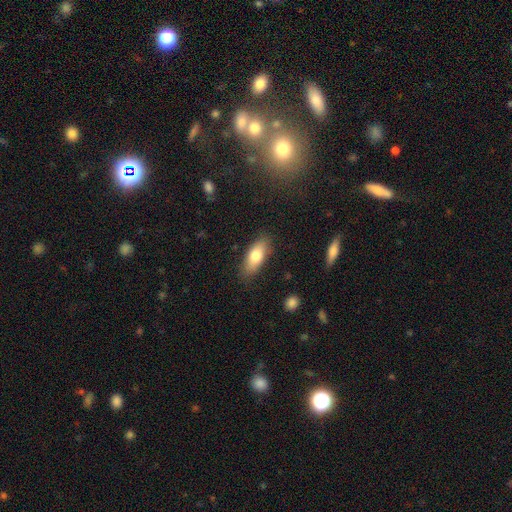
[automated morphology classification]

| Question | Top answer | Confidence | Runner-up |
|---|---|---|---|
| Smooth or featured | smooth | 76% | featured or disk (17%) |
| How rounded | in between | 78% | cigar-shaped (19%) |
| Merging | none | 83% | minor disturbance (13%) |